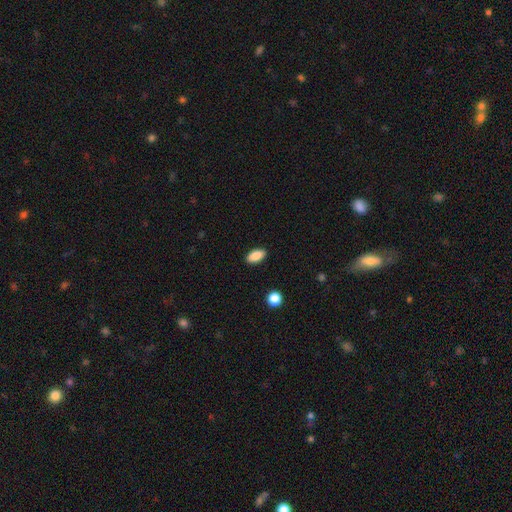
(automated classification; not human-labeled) Smooth or featured: smooth — 88% (star or artifact — 7%)
How rounded: in between — 90% (cigar-shaped — 7%)
Merging: none — 89% (minor disturbance — 8%)